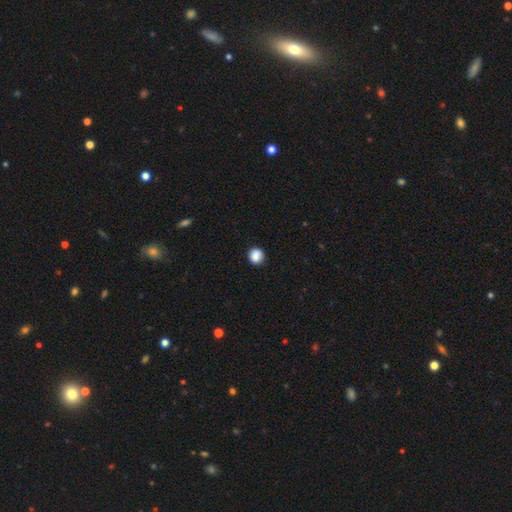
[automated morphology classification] Smooth or featured? smooth (87%)
How rounded? round (89%)
Merging? none (87%)